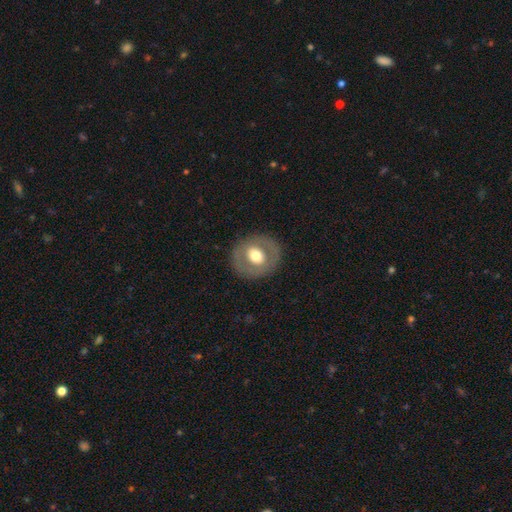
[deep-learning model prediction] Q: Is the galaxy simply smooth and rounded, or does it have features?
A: smooth — 49%.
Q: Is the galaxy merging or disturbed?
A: none — 85%.